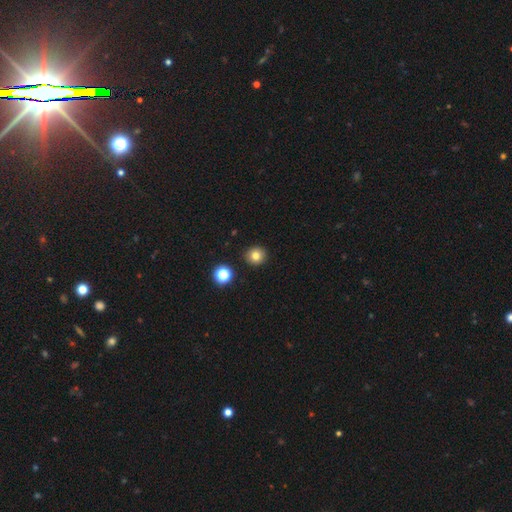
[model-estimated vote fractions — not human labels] Smooth or featured?
  - smooth: 80% *
  - star or artifact: 13%
  - featured or disk: 7%
How rounded?
  - round: 91% *
  - in between: 8%
  - cigar-shaped: 1%
Merging?
  - none: 91% *
  - minor disturbance: 5%
  - merger: 2%
  - major disturbance: 2%